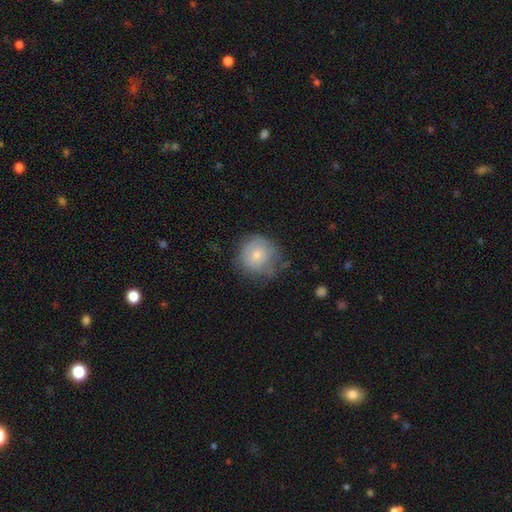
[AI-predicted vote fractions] A smooth galaxy with no disk features (65%) that is round (89%).

Vote fractions:
- Smooth or featured? smooth: 65% / featured or disk: 25% / star or artifact: 10%
- How rounded? round: 89% / in between: 10% / cigar-shaped: 1%
- Merging? none: 64% / minor disturbance: 25% / major disturbance: 9% / merger: 2%